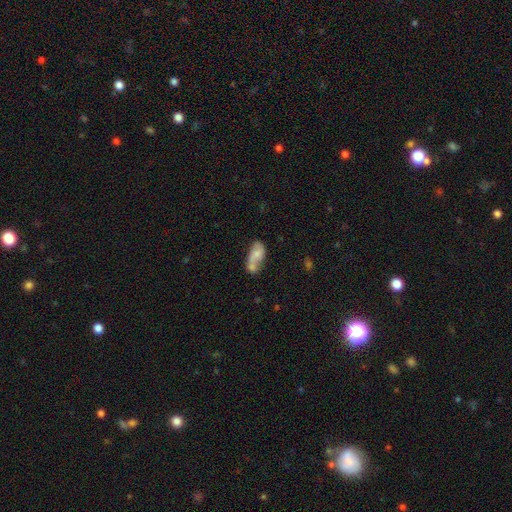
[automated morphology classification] A smooth galaxy with no disk features (59%) that is in between round and cigar-shaped (86%). Merging: merger (58%).